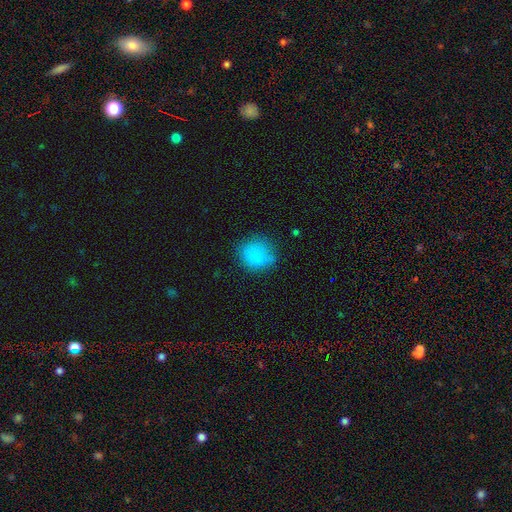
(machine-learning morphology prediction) smooth_or_featured: smooth (p=0.82) [alt: star or artifact p=0.10]
how_rounded: round (p=0.79) [alt: in between p=0.19]
merging: none (p=0.68) [alt: minor disturbance p=0.22]